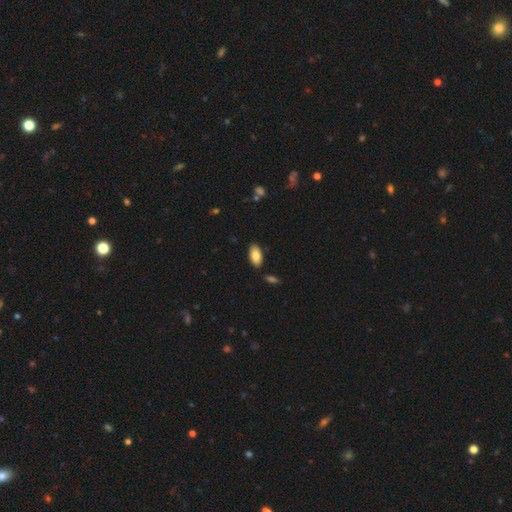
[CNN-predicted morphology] Smooth or featured?
  - smooth: 85% *
  - featured or disk: 8%
  - star or artifact: 7%
How rounded?
  - in between: 93% *
  - cigar-shaped: 5%
  - round: 2%
Merging?
  - none: 86% *
  - minor disturbance: 10%
  - merger: 3%
  - major disturbance: 2%